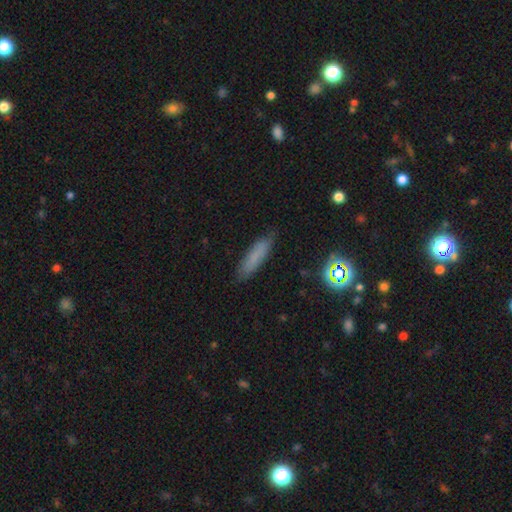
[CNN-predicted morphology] Smooth or featured?
  - smooth: 74% *
  - featured or disk: 14%
  - star or artifact: 12%
How rounded?
  - cigar-shaped: 76% *
  - in between: 22%
  - round: 2%
Merging?
  - none: 81% *
  - minor disturbance: 14%
  - major disturbance: 3%
  - merger: 1%